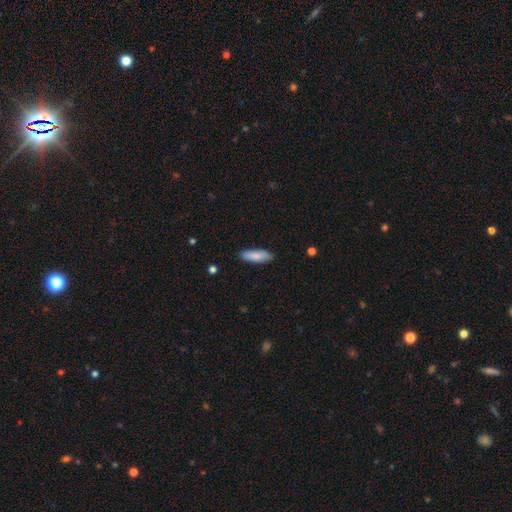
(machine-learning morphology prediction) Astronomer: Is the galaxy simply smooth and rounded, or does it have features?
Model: smooth — 84%.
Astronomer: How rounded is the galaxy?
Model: in between — 54% (runner-up: cigar-shaped, 44%).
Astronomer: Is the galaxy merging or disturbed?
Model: none — 87%.